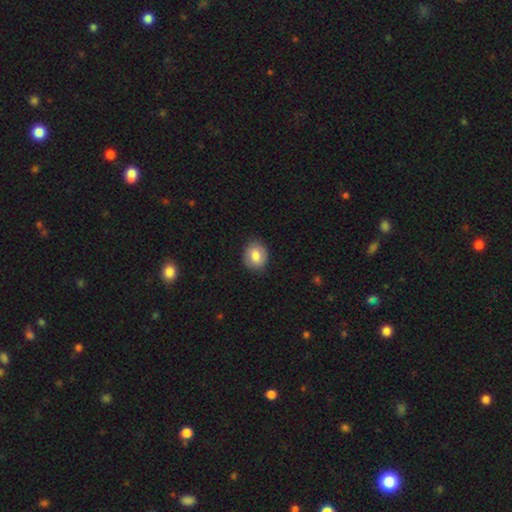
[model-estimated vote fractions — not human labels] Smooth or featured?
  - smooth: 79% *
  - featured or disk: 14%
  - star or artifact: 7%
How rounded?
  - round: 63% *
  - in between: 36%
  - cigar-shaped: 1%
Merging?
  - none: 85% *
  - minor disturbance: 11%
  - major disturbance: 2%
  - merger: 1%